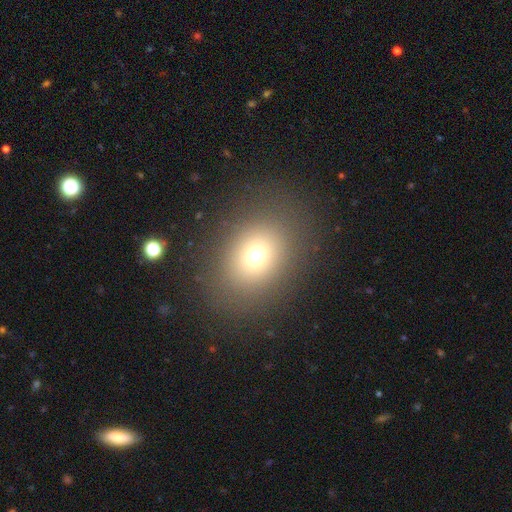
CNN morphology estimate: Smooth or featured: smooth — 70% (star or artifact — 17%)
How rounded: in between — 53% (round — 46%)
Merging: none — 84% (minor disturbance — 9%)